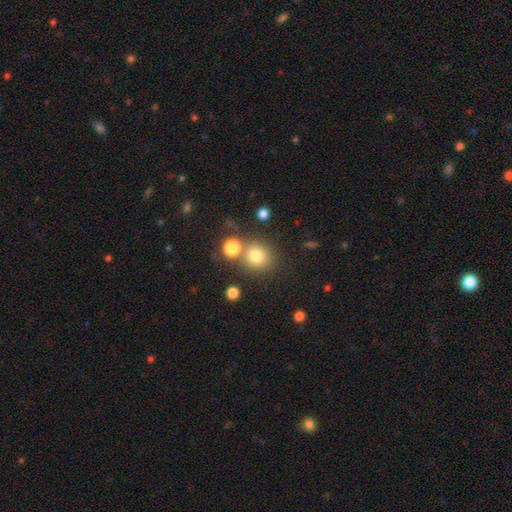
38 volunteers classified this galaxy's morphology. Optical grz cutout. It shows a smooth galaxy with no disk features (89%) that is round (88%). Merging: none (53%).